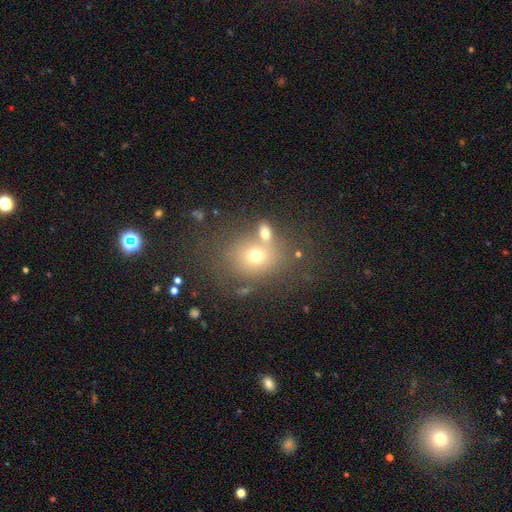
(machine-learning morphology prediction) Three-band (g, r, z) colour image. It shows a smooth galaxy with no disk features (64%) that is round (62%). Merging: none (57%).